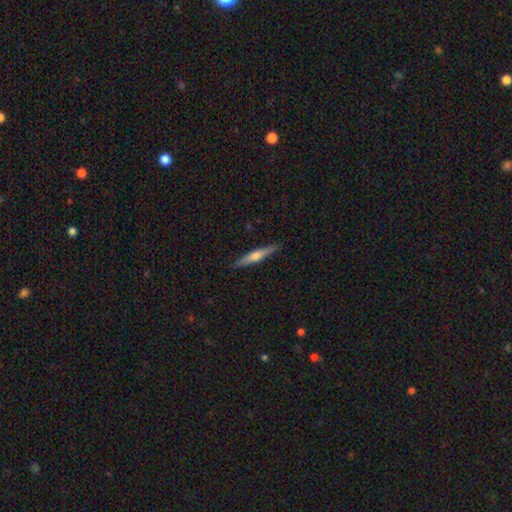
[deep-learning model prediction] featured or disk 54%, smooth 40%, star or artifact 6%. Down the decision tree: edge-on disk — yes (97%); edge-on bulge — rounded (83%); merging — none (90%).